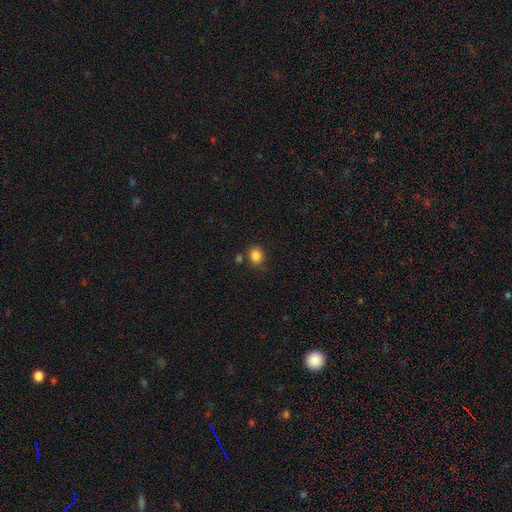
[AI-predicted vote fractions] Morphology: type=smooth (85%); roundness=round (63%); merging=none (75%).